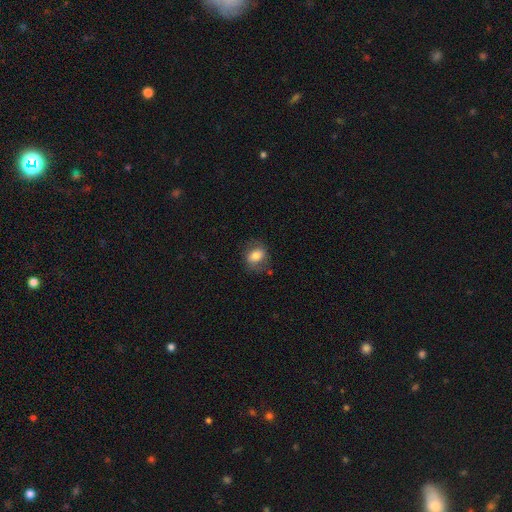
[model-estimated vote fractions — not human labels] A smooth galaxy with no disk features (72%) that is in between round and cigar-shaped (67%). Merging: none (70%).